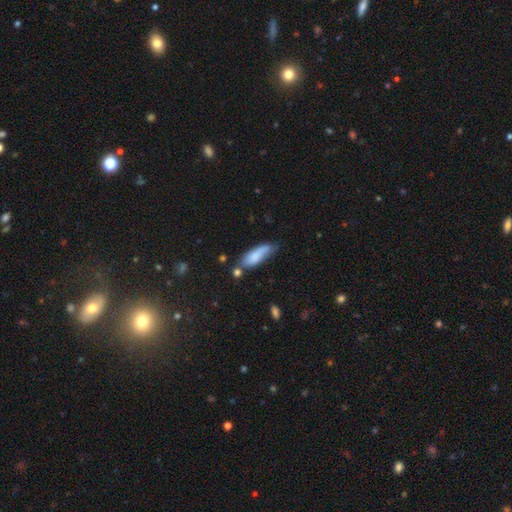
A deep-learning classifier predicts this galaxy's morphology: The model was most divided on "how rounded": in between: 53%, cigar-shaped: 45%, round: 2%. Remaining: smooth or featured — smooth (80%); merging — none (48%).